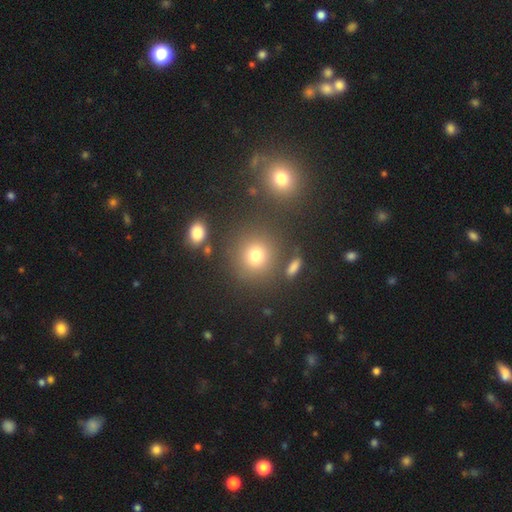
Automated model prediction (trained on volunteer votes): A smooth galaxy with no disk features (74%) that is round (87%). Merging: none (79%).